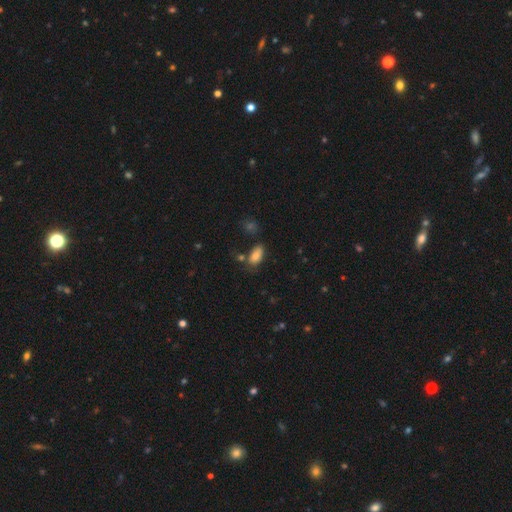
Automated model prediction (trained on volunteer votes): Smooth or featured? smooth (78%)
How rounded? in between (91%)
Merging? none (63%)